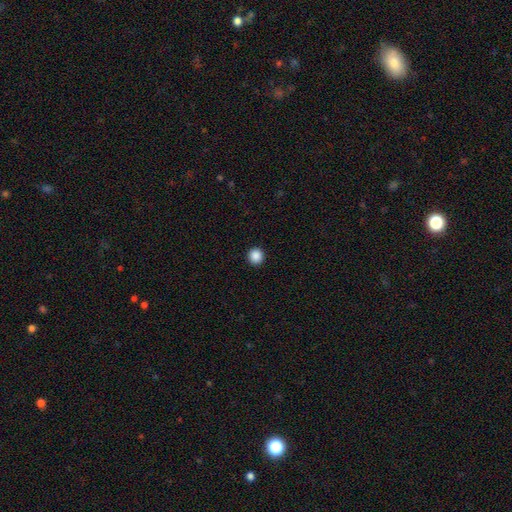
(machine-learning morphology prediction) This appears to be a smooth galaxy with no disk features (88%) that is round (94%). Merging: none (94%).